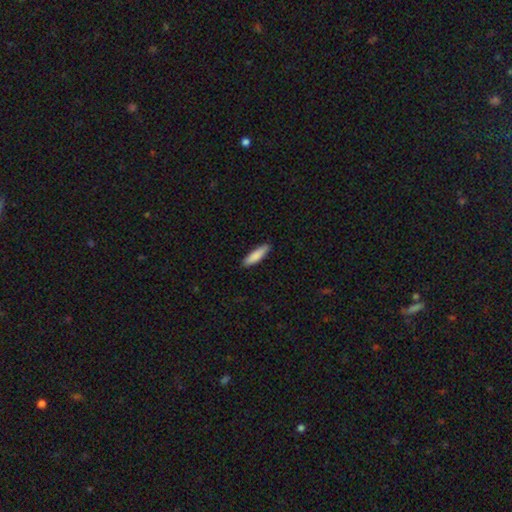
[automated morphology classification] Overall: smooth (86%). How rounded: cigar-shaped (67%; in between 31%). Merging: none (88%).